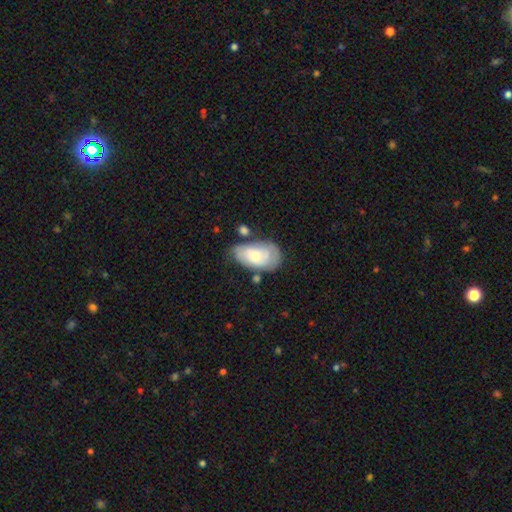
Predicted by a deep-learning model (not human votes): This appears to be a featured or disk galaxy (51%). Merging: none (56%).